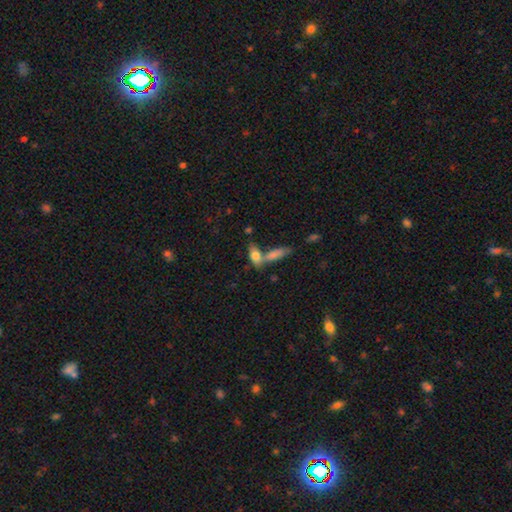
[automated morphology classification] Q: Smooth or featured?
A: smooth (74%); runner-up: featured or disk (18%)
Q: How rounded?
A: in between (70%); runner-up: cigar-shaped (26%)
Q: Merging?
A: none (43%); runner-up: merger (42%)